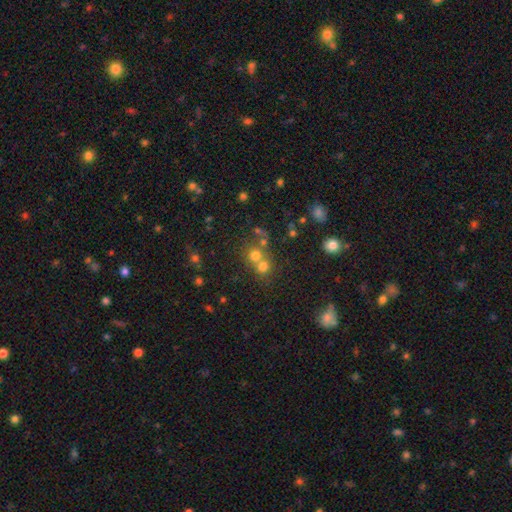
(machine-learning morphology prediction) This is likely a smooth galaxy (66%). How rounded: clearly round (86%). Merging: possibly merger (50%).